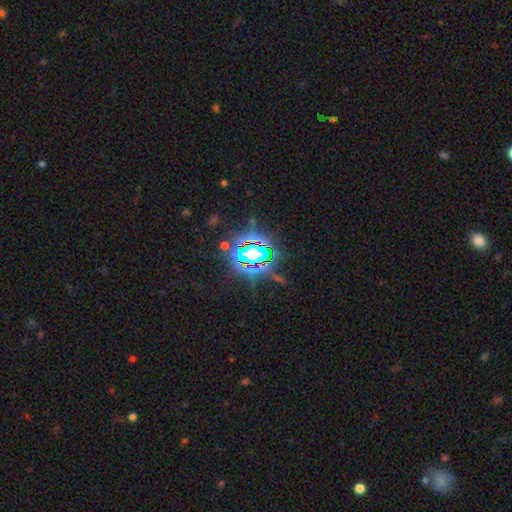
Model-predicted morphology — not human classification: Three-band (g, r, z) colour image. It shows a star or artifact, not a galaxy (75%).